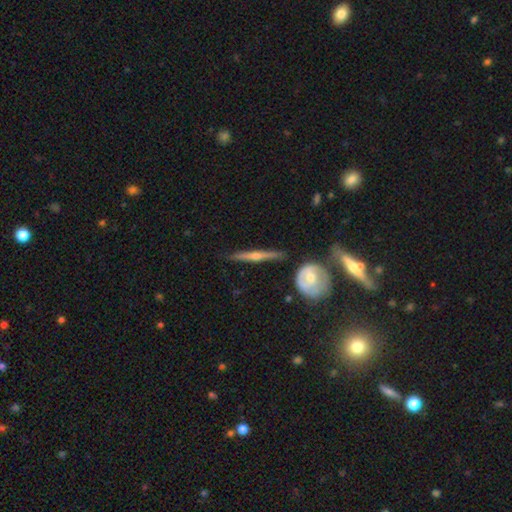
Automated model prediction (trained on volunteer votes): Smooth or featured: featured or disk — 75% (smooth — 18%)
Edge-on disk: yes — 95% (no — 5%)
Edge-on bulge: rounded — 86% (none — 9%)
Merging: none — 83% (minor disturbance — 11%)